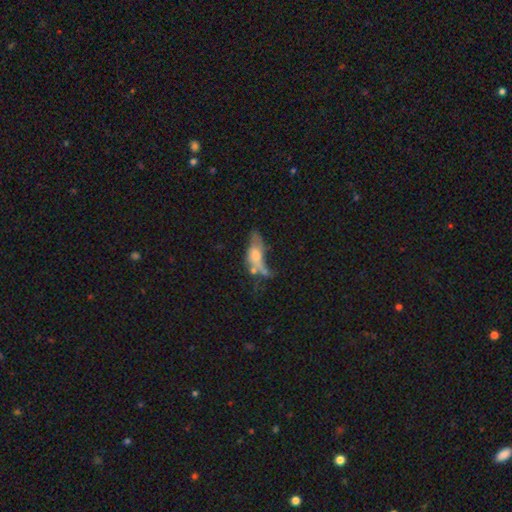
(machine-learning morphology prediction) A featured or disk galaxy (47%).

Vote fractions:
- Smooth or featured? featured or disk: 47% / smooth: 42% / star or artifact: 11%
- Merging? major disturbance: 34% / none: 24% / merger: 22% / minor disturbance: 20%